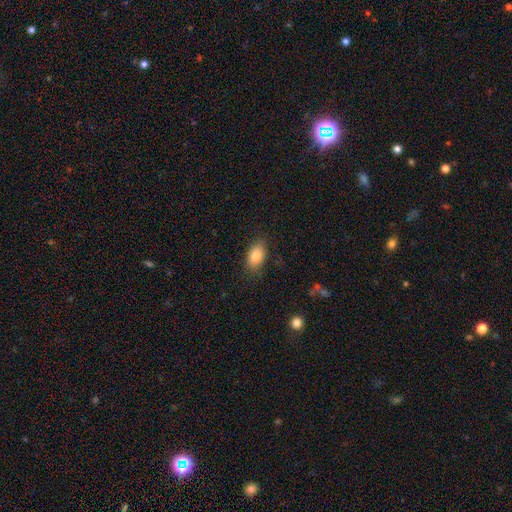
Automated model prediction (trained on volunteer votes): The model was most divided on "merging": none: 84%, minor disturbance: 12%, major disturbance: 3%, merger: 1%. More confident: how rounded — in between (90%); smooth or featured — smooth (85%).